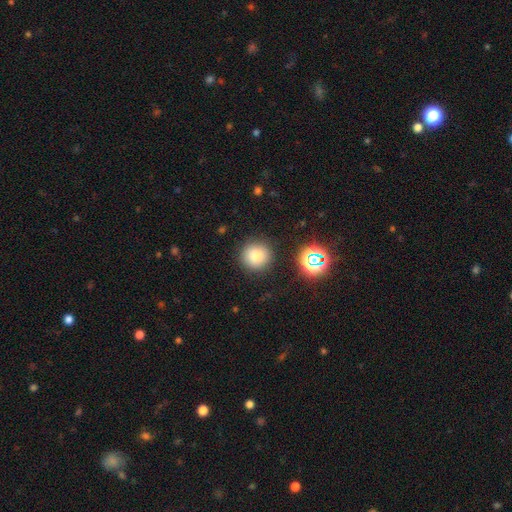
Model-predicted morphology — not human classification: Smooth or featured? Predicted: smooth (p=0.77). How rounded? Predicted: round (p=0.94). Merging? Predicted: none (p=0.88).